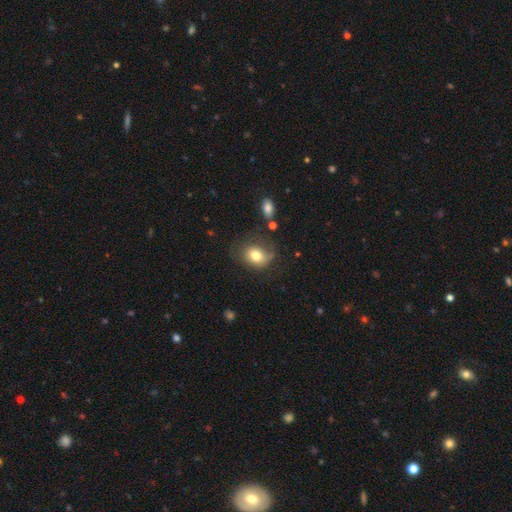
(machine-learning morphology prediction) Smooth or featured? smooth (76%)
How rounded? in between (52%)
Merging? none (56%)